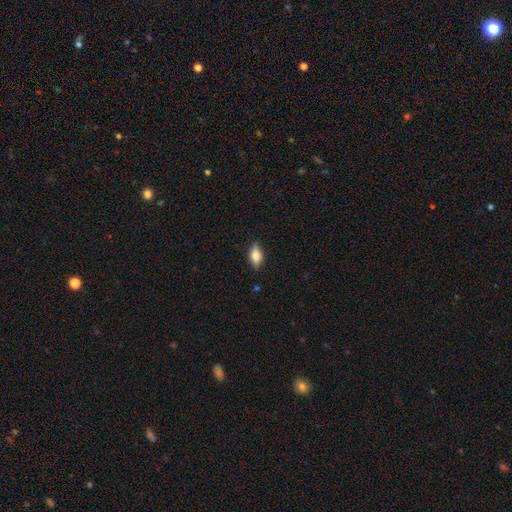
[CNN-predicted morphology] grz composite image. It shows a smooth galaxy with no disk features (67%) that is in between round and cigar-shaped (83%). Merging: none (83%).